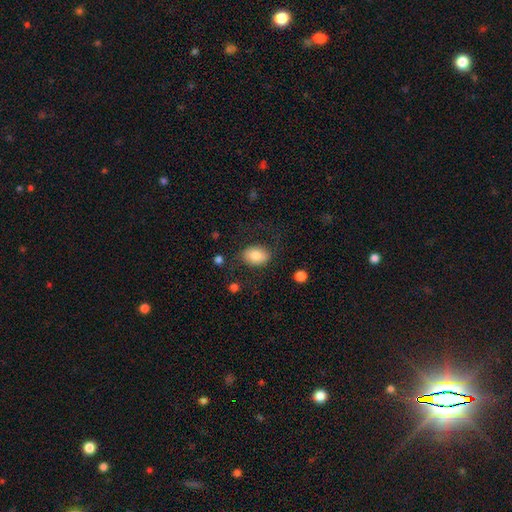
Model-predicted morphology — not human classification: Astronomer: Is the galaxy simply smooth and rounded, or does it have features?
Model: smooth — 82%.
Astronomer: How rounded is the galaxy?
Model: in between — 81%.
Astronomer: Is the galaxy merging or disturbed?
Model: none — 76%.